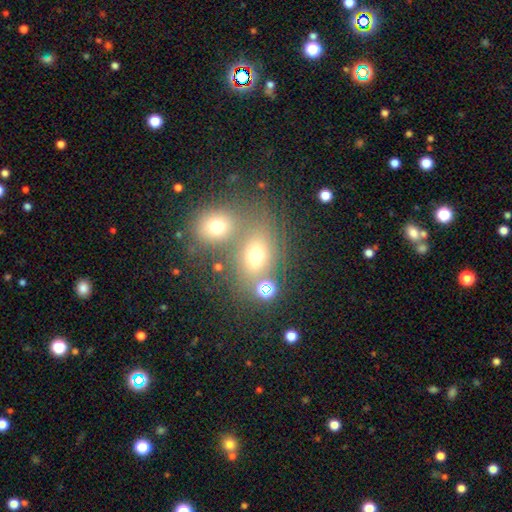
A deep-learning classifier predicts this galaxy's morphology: smooth 64%, star or artifact 19%, featured or disk 17%. Down the decision tree: how rounded — in between (52%); merging — merger (43%).